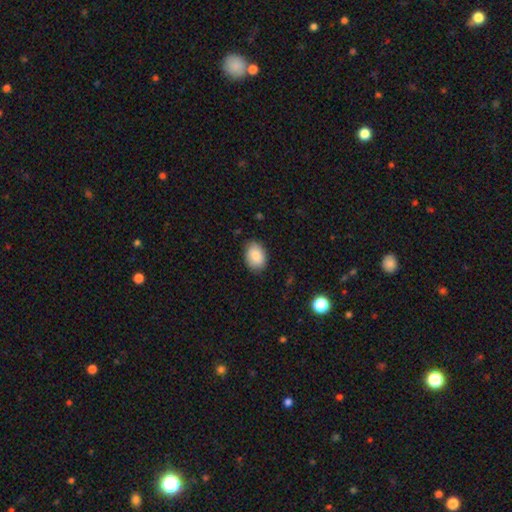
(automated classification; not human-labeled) Smooth or featured: smooth — 86% (star or artifact — 7%)
How rounded: in between — 80% (round — 19%)
Merging: none — 83% (minor disturbance — 13%)